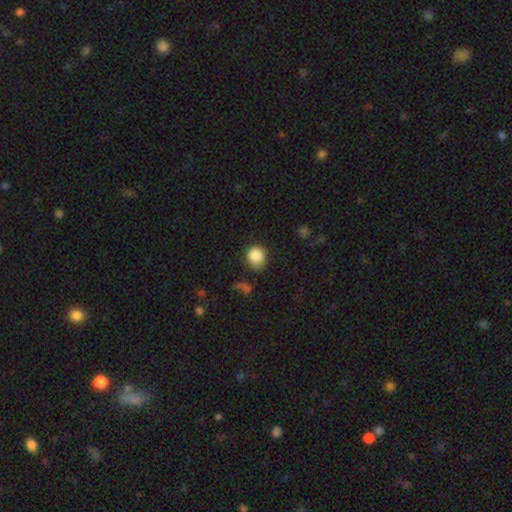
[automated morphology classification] smooth 87%, star or artifact 9%, featured or disk 4%. Down the decision tree: how rounded — round (83%); merging — none (70%).